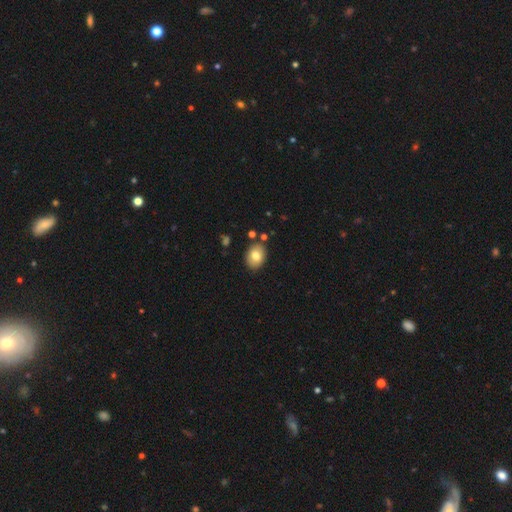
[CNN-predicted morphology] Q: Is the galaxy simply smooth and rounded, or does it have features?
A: smooth — 79%.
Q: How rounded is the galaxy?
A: in between — 69%.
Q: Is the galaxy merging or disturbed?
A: none — 83%.